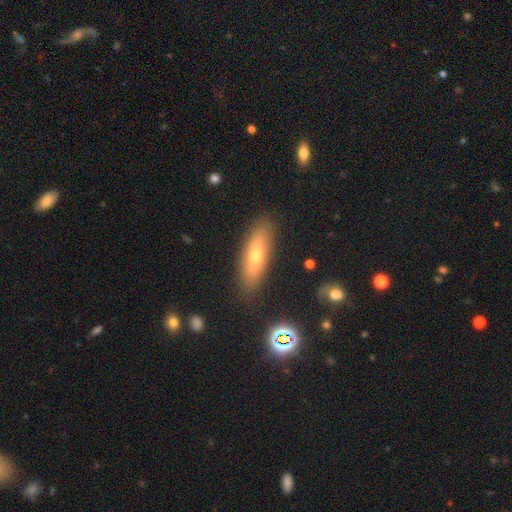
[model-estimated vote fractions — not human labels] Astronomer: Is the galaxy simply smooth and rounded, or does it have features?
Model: smooth — 61%.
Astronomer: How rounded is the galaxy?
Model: cigar-shaped — 51% (runner-up: in between, 46%).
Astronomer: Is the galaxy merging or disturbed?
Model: none — 85%.